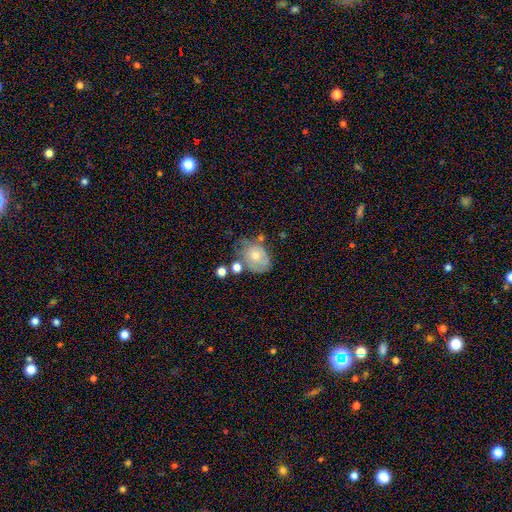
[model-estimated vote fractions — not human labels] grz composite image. It shows a smooth galaxy with no disk features (48%). Merging: none (41%).